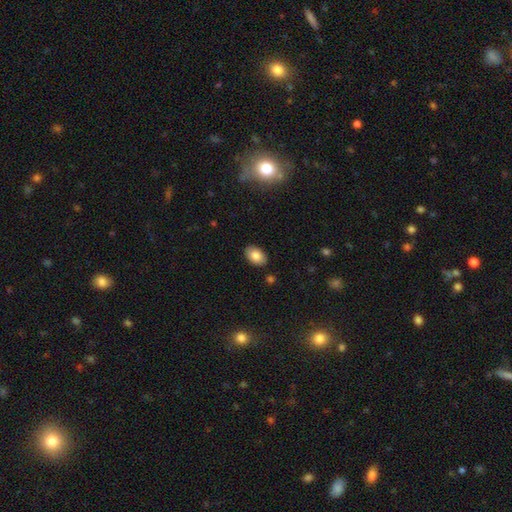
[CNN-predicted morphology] Smooth or featured? Predicted: smooth (p=0.83). How rounded? Predicted: in between (p=0.89). Merging? Predicted: none (p=0.88).